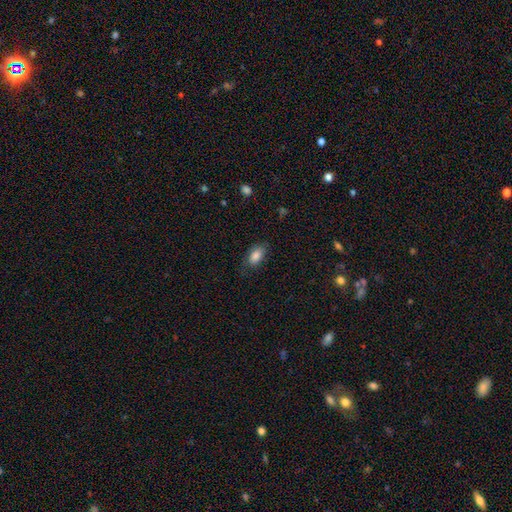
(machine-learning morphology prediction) A smooth galaxy with no disk features (84%) that is in between round and cigar-shaped (91%).

Vote fractions:
- Smooth or featured? smooth: 84% / featured or disk: 8% / star or artifact: 7%
- How rounded? in between: 91% / round: 5% / cigar-shaped: 4%
- Merging? none: 74% / minor disturbance: 19% / major disturbance: 6% / merger: 1%